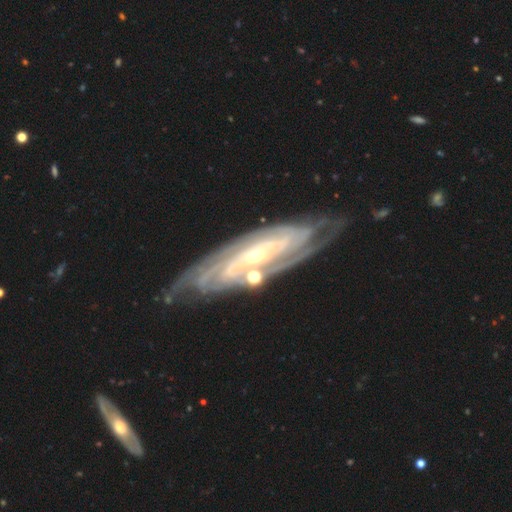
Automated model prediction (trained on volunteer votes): smooth-or-featured: featured or disk: 89% | star or artifact: 6% | smooth: 5%
  disk-edge-on: no: 87% | yes: 13%
    bar: no: 51% | weak: 28% | strong: 21%
    has-spiral-arms: yes: 98% | no: 2%
      spiral-winding: tight: 77% | medium: 20% | loose: 3%
      spiral-arm-count: can't tell: 27% | 2: 24% | 3: 17% | 4: 16% | more than 4: 11% | 1: 6%
    bulge-size: small: 76% | moderate: 20% | none: 2% | large: 2% | dominant: 1%
  merging: none: 74% | minor disturbance: 17% | major disturbance: 5% | merger: 5%